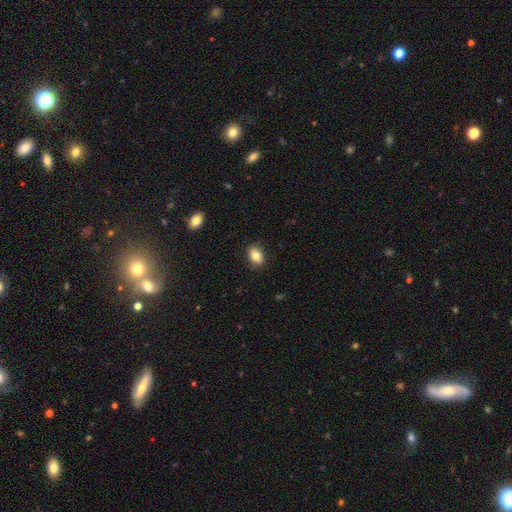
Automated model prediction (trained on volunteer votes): smooth-or-featured: smooth: 84% | star or artifact: 9% | featured or disk: 8%
  how-rounded: in between: 67% | round: 32% | cigar-shaped: 1%
  merging: none: 87% | minor disturbance: 10% | major disturbance: 2% | merger: 1%